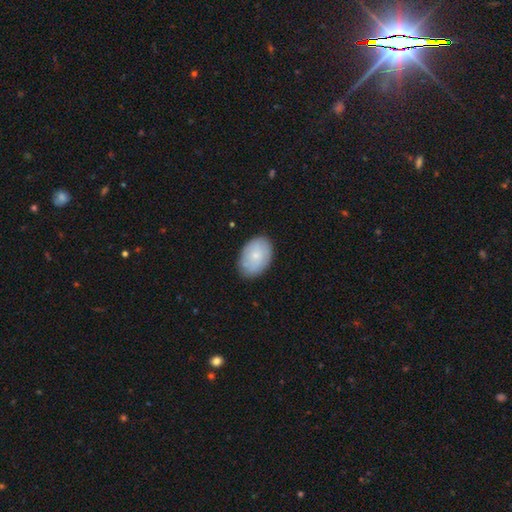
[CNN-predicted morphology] smooth 65%, featured or disk 29%, star or artifact 6%. Down the decision tree: how rounded — in between (85%); merging — none (80%).